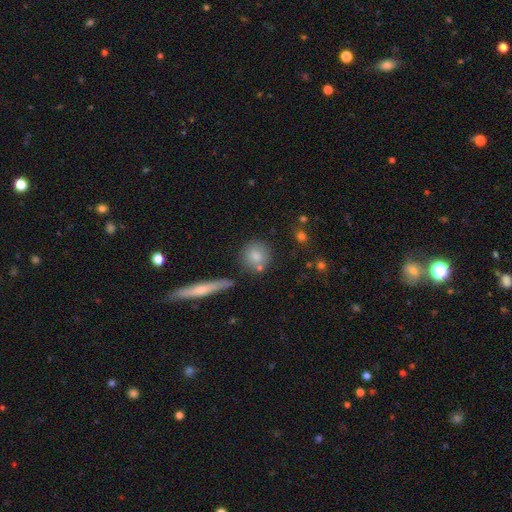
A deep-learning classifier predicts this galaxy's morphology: Overall: smooth (80%). How rounded: round (86%). Merging: none (75%).